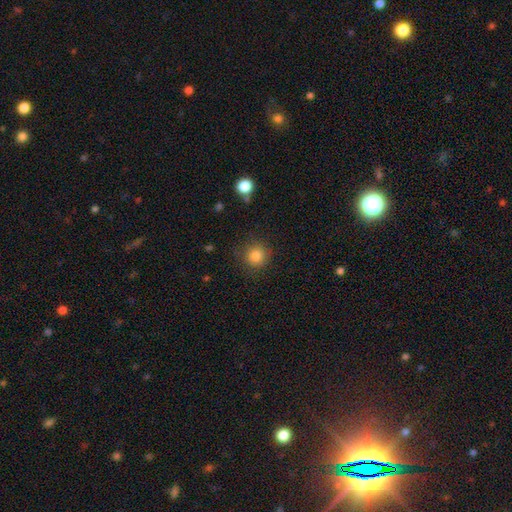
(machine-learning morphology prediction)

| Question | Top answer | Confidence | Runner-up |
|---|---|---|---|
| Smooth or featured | smooth | 84% | star or artifact (11%) |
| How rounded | round | 93% | in between (6%) |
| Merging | none | 85% | minor disturbance (10%) |